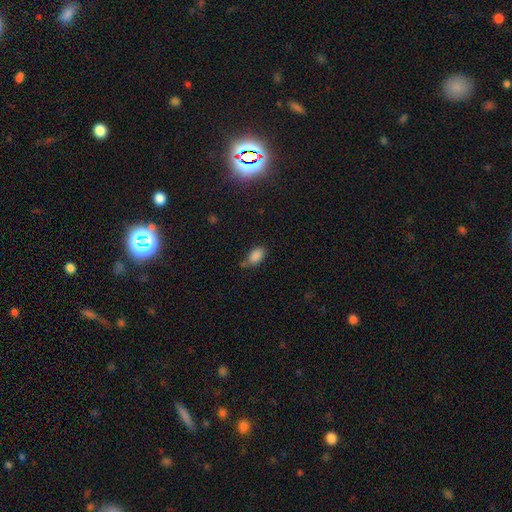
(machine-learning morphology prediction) Smooth or featured? smooth (86%)
How rounded? in between (91%)
Merging? none (60%)